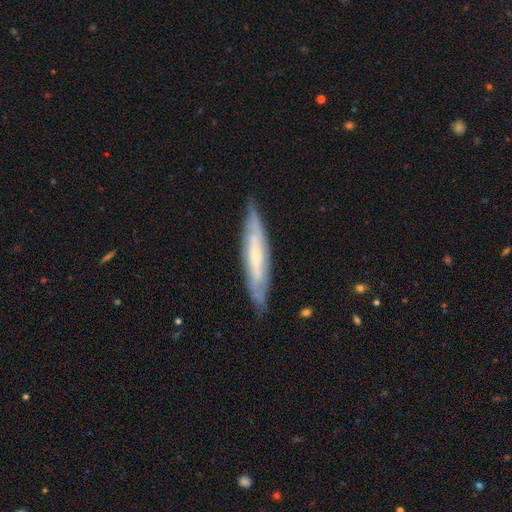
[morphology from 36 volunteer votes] smooth-or-featured: featured or disk: 61% | smooth: 36% | star or artifact: 3%
  disk-edge-on: yes: 82% | no: 18%
    edge-on-bulge: boxy: 33% (tied) | none: 33% (tied) | rounded: 33% (tied)
  merging: none: 71% | minor disturbance: 20% | major disturbance: 9% | merger: 0%